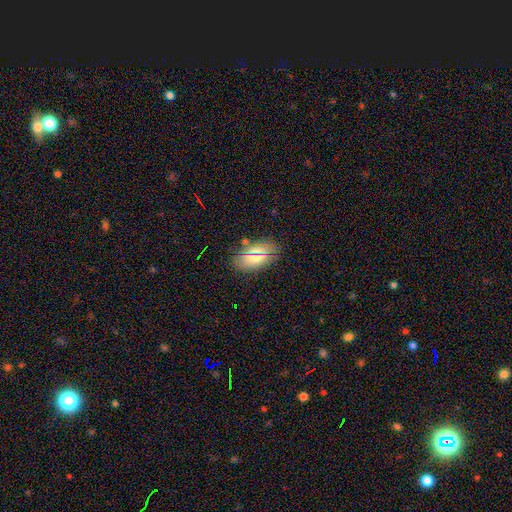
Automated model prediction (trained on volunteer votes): A smooth galaxy with no disk features (68%) that is in between round and cigar-shaped (89%). Merging: none (85%).